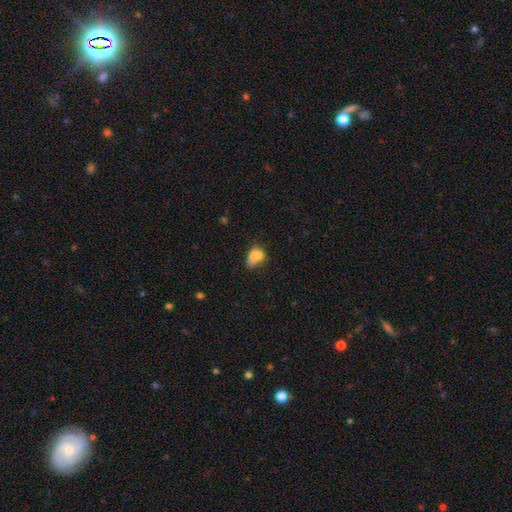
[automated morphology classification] Smooth or featured?
  - smooth: 72% *
  - featured or disk: 17%
  - star or artifact: 11%
How rounded?
  - in between: 75% *
  - round: 23%
  - cigar-shaped: 2%
Merging?
  - merger: 40% *
  - none: 27%
  - minor disturbance: 20%
  - major disturbance: 12%